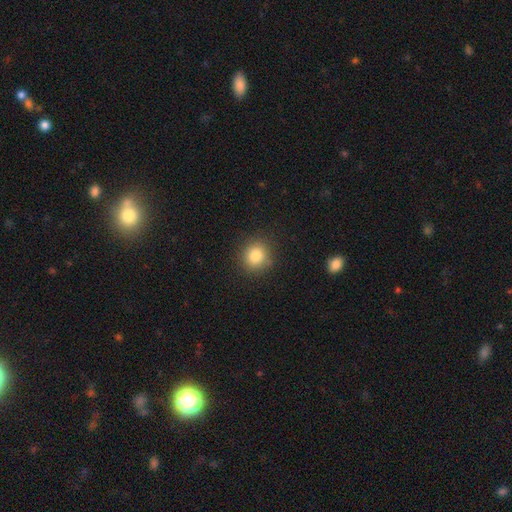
A smooth galaxy with no disk features (89%) that is round (91%). Merging: none (86%).